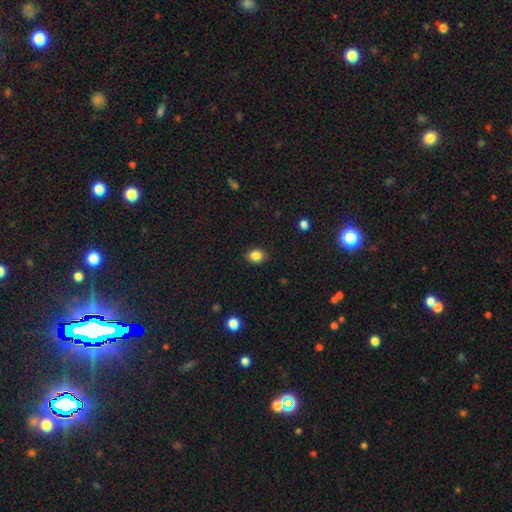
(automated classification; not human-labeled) The model was most divided on "how rounded": in between: 50%, round: 49%, cigar-shaped: 1%. More confident: merging — none (89%); smooth or featured — smooth (86%).